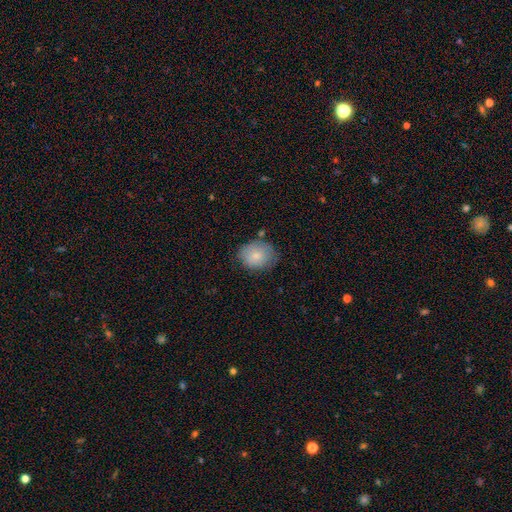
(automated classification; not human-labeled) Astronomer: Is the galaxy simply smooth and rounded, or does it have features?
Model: smooth — 81%.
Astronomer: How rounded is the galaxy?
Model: in between — 54% (runner-up: round, 45%).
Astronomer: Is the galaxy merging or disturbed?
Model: none — 71%.